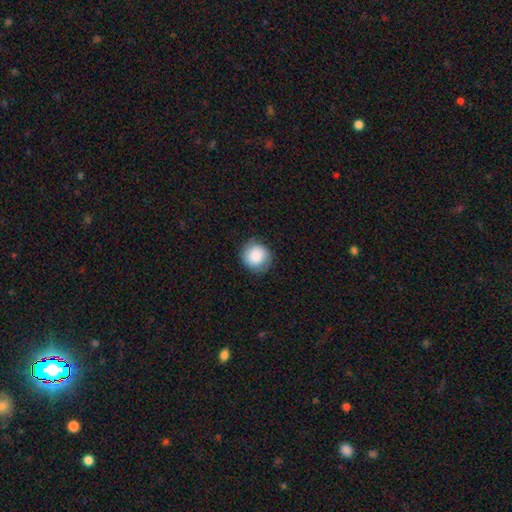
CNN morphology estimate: This is clearly a smooth galaxy (86%). How rounded: clearly round (91%). Merging: clearly none (83%).